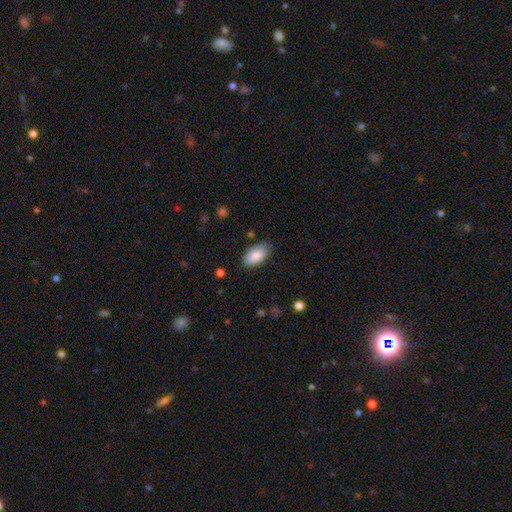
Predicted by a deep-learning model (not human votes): smooth_or_featured: smooth (p=0.87) [alt: featured or disk p=0.07]
how_rounded: in between (p=0.95) [alt: cigar-shaped p=0.03]
merging: none (p=0.84) [alt: minor disturbance p=0.12]